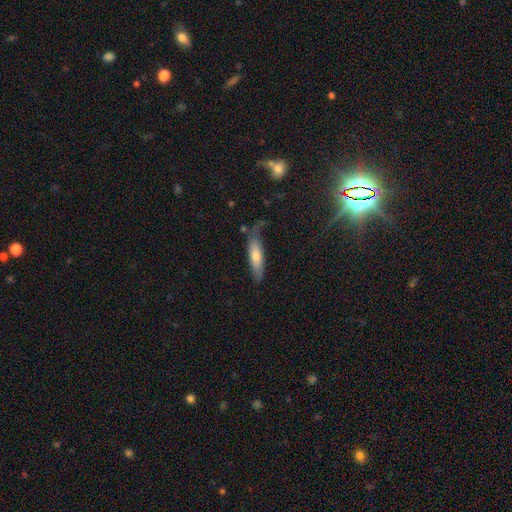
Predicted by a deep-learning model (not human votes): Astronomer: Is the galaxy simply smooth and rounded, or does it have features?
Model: smooth — 63%.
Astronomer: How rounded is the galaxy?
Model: cigar-shaped — 69%.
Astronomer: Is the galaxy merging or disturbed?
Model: none — 61%.